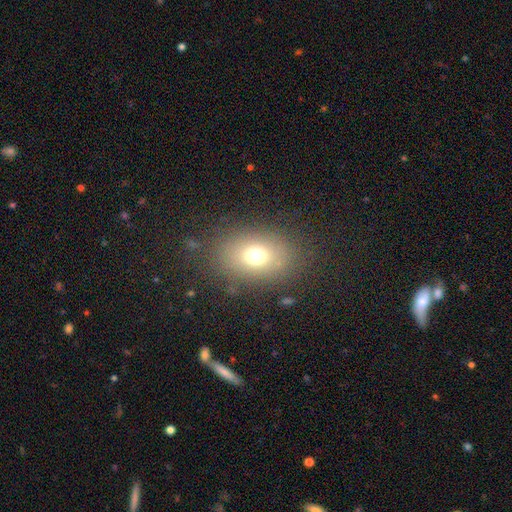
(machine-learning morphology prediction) A smooth galaxy with no disk features (72%) that is in between round and cigar-shaped (72%).

Vote fractions:
- Smooth or featured? smooth: 72% / star or artifact: 14% / featured or disk: 14%
- How rounded? in between: 72% / round: 26% / cigar-shaped: 1%
- Merging? none: 81% / minor disturbance: 11% / major disturbance: 6% / merger: 2%